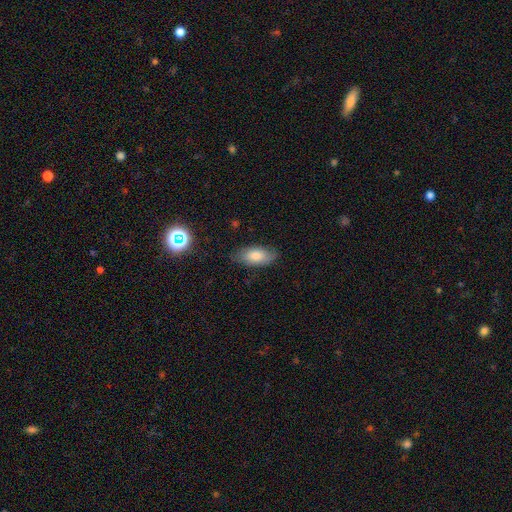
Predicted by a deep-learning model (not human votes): The model was most divided on "smooth or featured": smooth: 77%, featured or disk: 14%, star or artifact: 9%. More confident: how rounded — in between (90%); merging — none (79%).